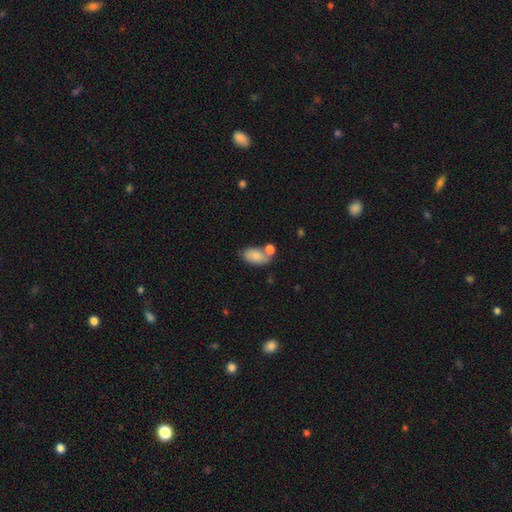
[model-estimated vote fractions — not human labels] smooth-or-featured: smooth: 80% | featured or disk: 12% | star or artifact: 7%
  how-rounded: in between: 92% | round: 5% | cigar-shaped: 2%
  merging: none: 47% | merger: 30% | minor disturbance: 17% | major disturbance: 6%